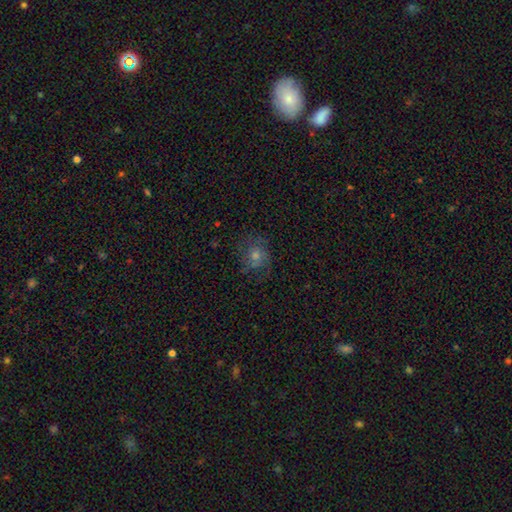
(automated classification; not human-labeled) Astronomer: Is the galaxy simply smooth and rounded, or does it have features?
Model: featured or disk — 42% (runner-up: smooth, 37%).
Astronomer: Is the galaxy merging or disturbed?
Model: none — 75%.